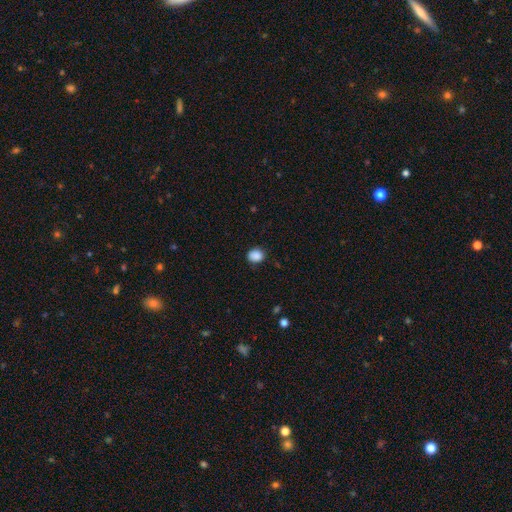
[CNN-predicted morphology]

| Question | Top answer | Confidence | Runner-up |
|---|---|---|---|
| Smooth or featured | smooth | 88% | star or artifact (9%) |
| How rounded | round | 68% | in between (32%) |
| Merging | none | 84% | minor disturbance (12%) |